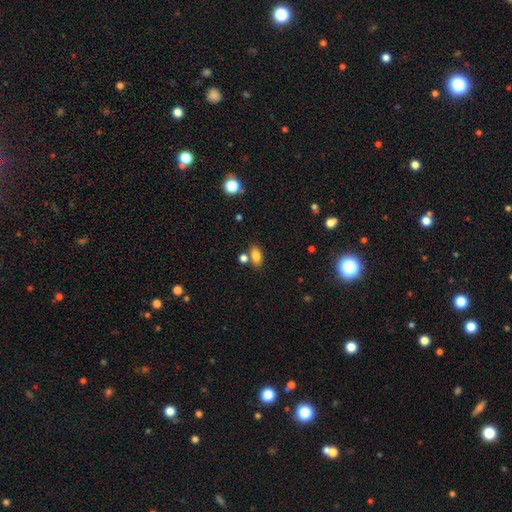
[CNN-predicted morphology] smooth 82%, star or artifact 10%, featured or disk 8%. Down the decision tree: how rounded — in between (87%); merging — none (67%).